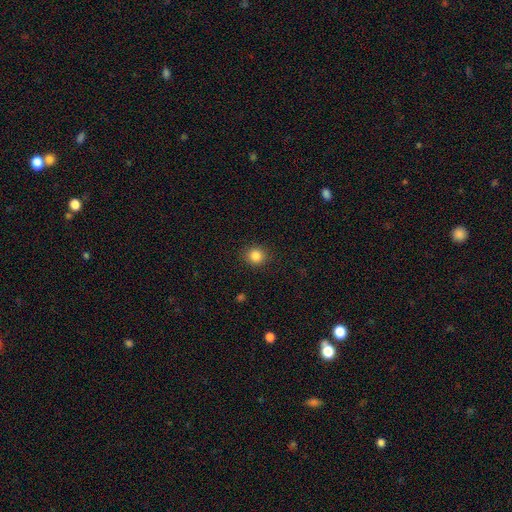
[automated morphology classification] type=smooth (85%); roundness=round (89%); merging=none (91%).